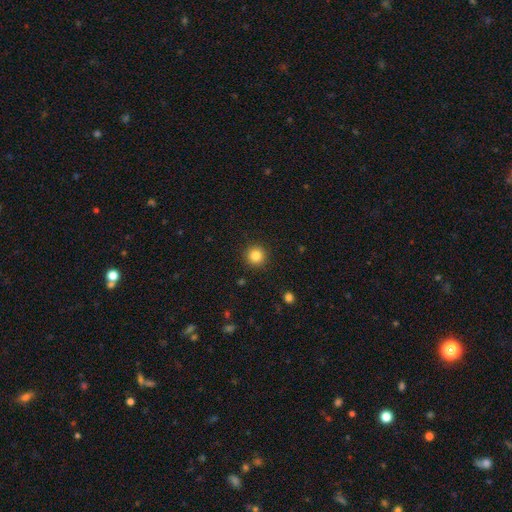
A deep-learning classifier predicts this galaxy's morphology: A smooth galaxy with no disk features (84%) that is round (95%).

Vote fractions:
- Smooth or featured? smooth: 84% / star or artifact: 11% / featured or disk: 5%
- How rounded? round: 95% / in between: 4% / cigar-shaped: 1%
- Merging? none: 92% / minor disturbance: 5% / major disturbance: 2% / merger: 1%